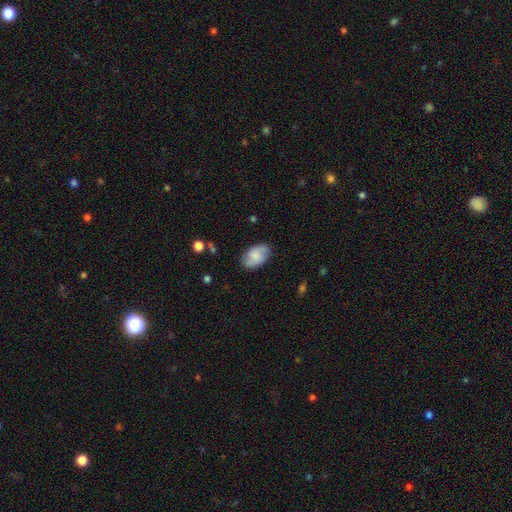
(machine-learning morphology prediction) type=smooth (55%); roundness=in between (90%); merging=none (79%).